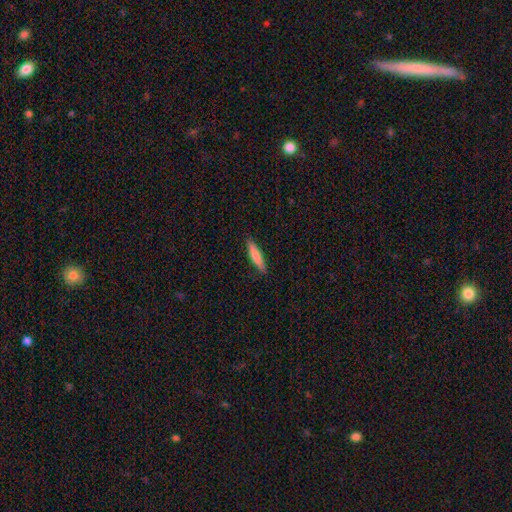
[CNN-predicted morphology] smooth_or_featured: smooth (p=0.71) [alt: featured or disk p=0.23]
how_rounded: cigar-shaped (p=0.84) [alt: in between p=0.15]
merging: none (p=0.89) [alt: minor disturbance p=0.08]